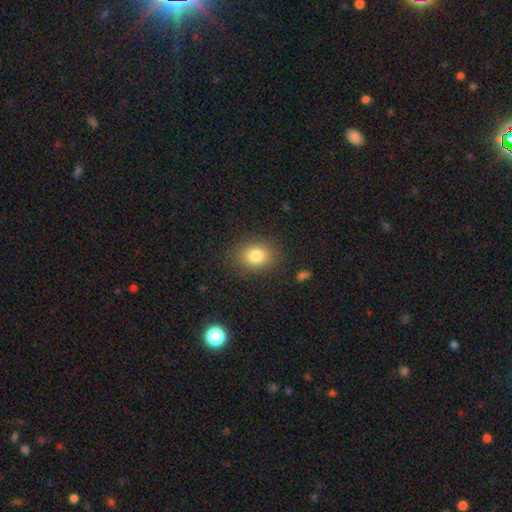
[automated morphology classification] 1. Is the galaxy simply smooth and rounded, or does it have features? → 81% smooth, 11% star or artifact, 8% featured or disk.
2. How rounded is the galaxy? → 59% in between, 40% round, 1% cigar-shaped.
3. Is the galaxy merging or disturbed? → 85% none, 10% minor disturbance, 4% major disturbance, 1% merger.